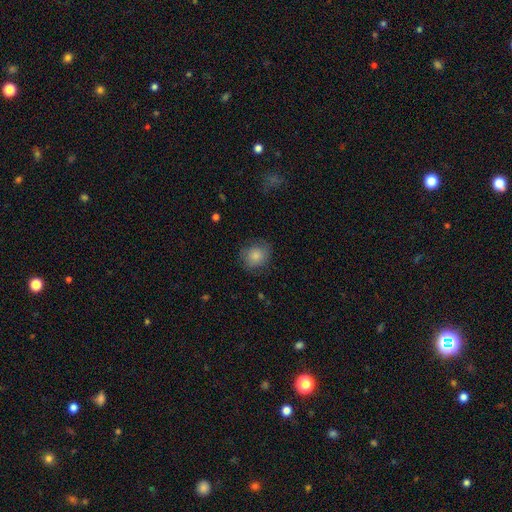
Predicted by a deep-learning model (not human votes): A smooth galaxy with no disk features (83%) that is round (70%). Merging: none (75%).